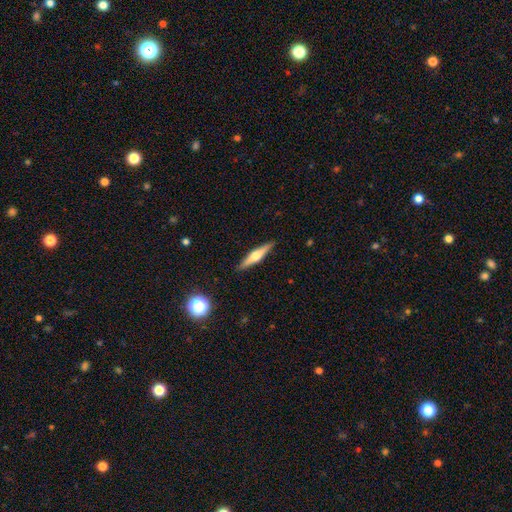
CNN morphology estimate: Smooth or featured? featured or disk (59%)
Edge-on disk? yes (96%)
Edge-on bulge? rounded (90%)
Merging? none (90%)